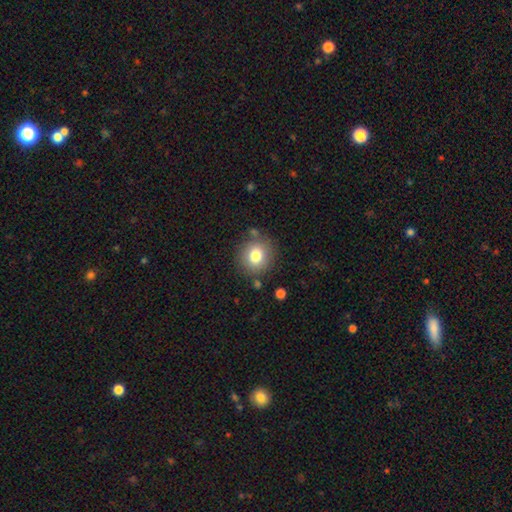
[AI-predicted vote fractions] A smooth galaxy with no disk features (79%) that is round (88%). Merging: none (80%).